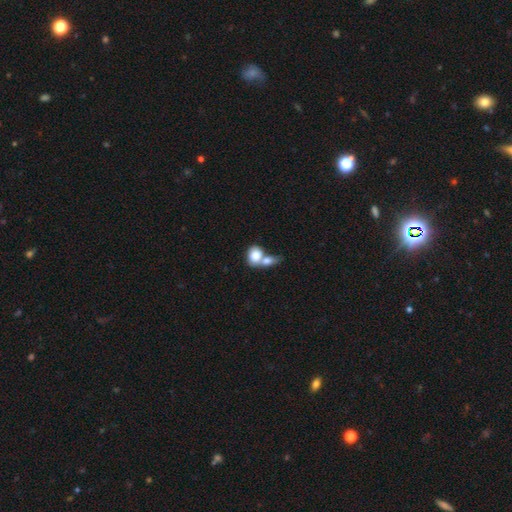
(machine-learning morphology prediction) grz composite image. It shows a smooth galaxy with no disk features (80%) that is in between round and cigar-shaped (57%). Merging: merger (65%).